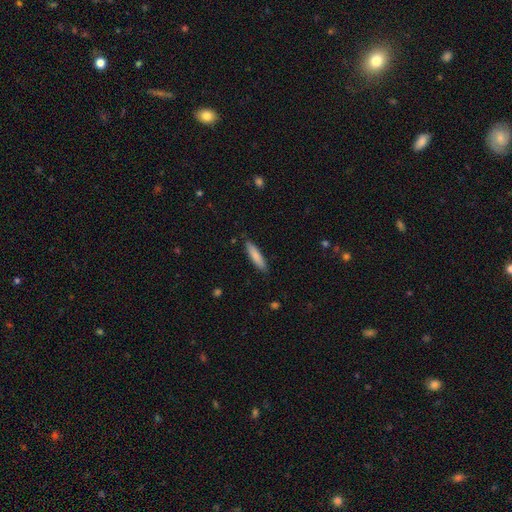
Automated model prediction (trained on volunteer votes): This appears to be a smooth galaxy with no disk features (82%) that is cigar-shaped (81%). Merging: none (87%).